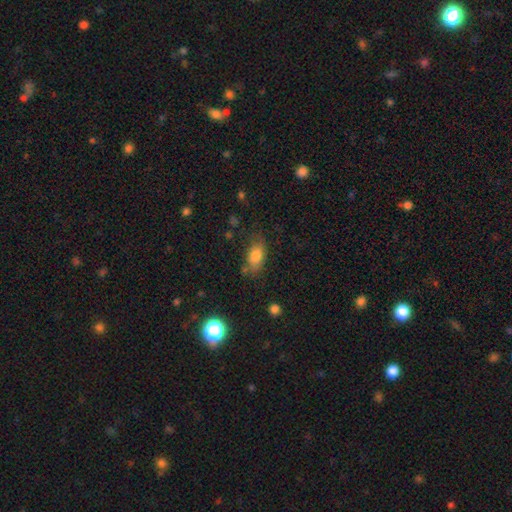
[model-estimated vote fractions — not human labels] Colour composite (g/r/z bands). It shows a smooth galaxy with no disk features (80%) that is in between round and cigar-shaped (86%). Merging: none (67%).